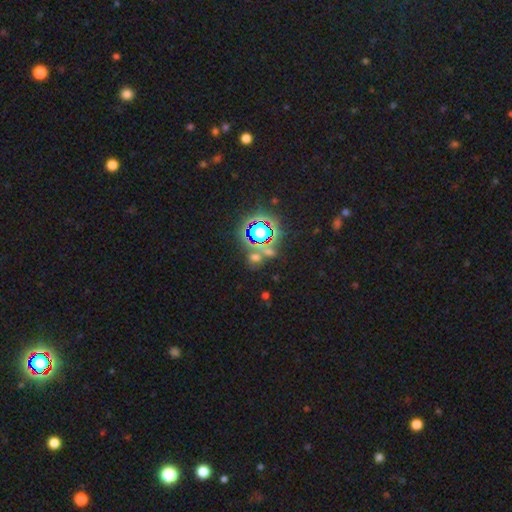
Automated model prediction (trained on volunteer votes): Morphology: type=star or artifact (73%).